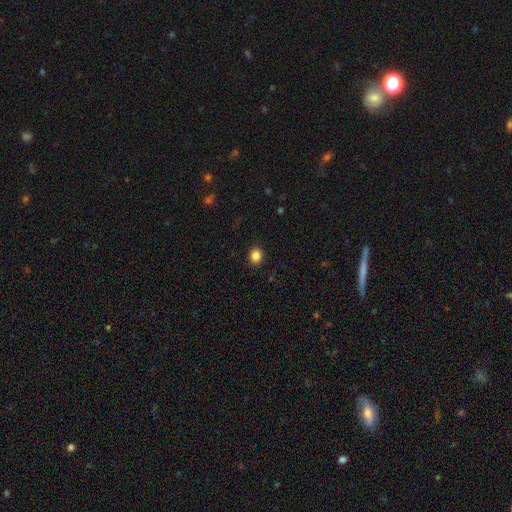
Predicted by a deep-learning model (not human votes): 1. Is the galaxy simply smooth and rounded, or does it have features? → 86% smooth, 10% star or artifact, 3% featured or disk.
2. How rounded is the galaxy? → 63% round, 36% in between, 1% cigar-shaped.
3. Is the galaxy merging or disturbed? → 90% none, 7% minor disturbance, 2% major disturbance, 1% merger.